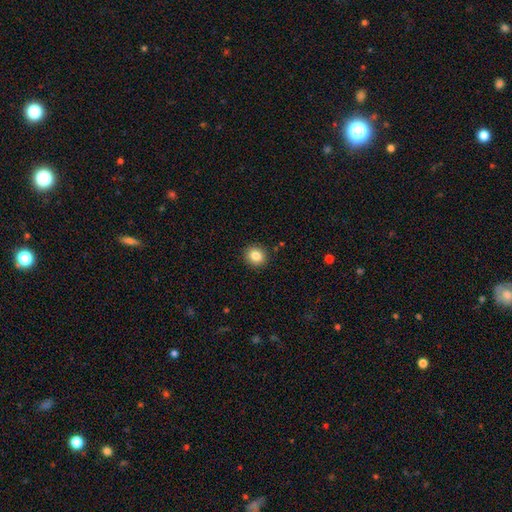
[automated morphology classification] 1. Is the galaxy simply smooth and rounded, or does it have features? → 84% smooth, 10% star or artifact, 6% featured or disk.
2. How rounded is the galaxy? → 87% round, 12% in between, 1% cigar-shaped.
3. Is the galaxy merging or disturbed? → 92% none, 6% minor disturbance, 2% major disturbance, 1% merger.